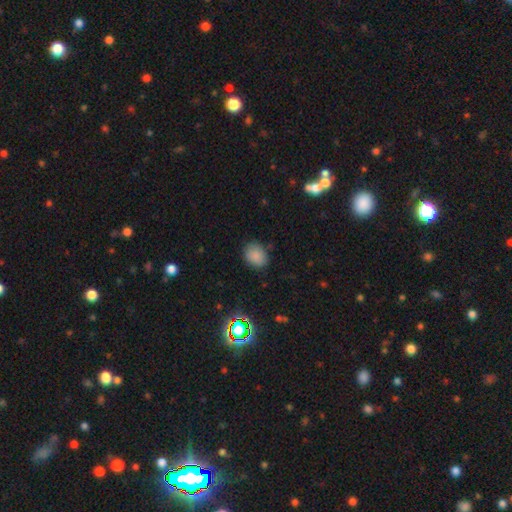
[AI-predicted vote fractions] Smooth or featured? smooth (82%)
How rounded? in between (51%)
Merging? none (81%)